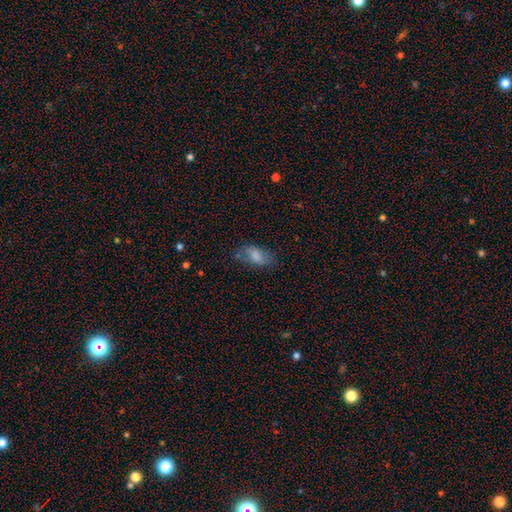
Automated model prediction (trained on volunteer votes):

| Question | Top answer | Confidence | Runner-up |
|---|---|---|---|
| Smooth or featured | smooth | 68% | featured or disk (23%) |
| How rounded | in between | 89% | cigar-shaped (6%) |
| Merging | none | 62% | minor disturbance (24%) |